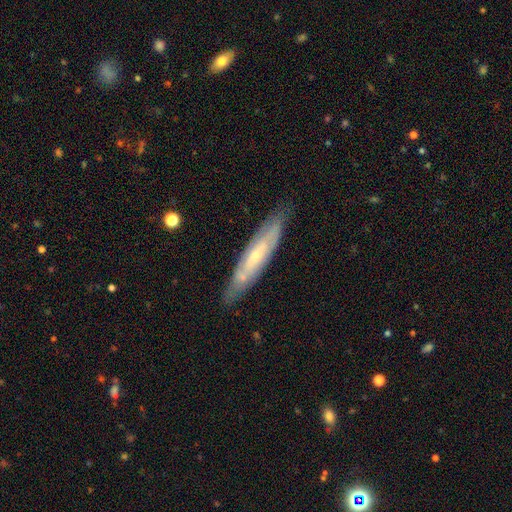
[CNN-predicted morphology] This is likely a featured or disk galaxy (61%). It is possibly not viewed edge-on (50%, tied with yes). Merging: clearly none (81%).